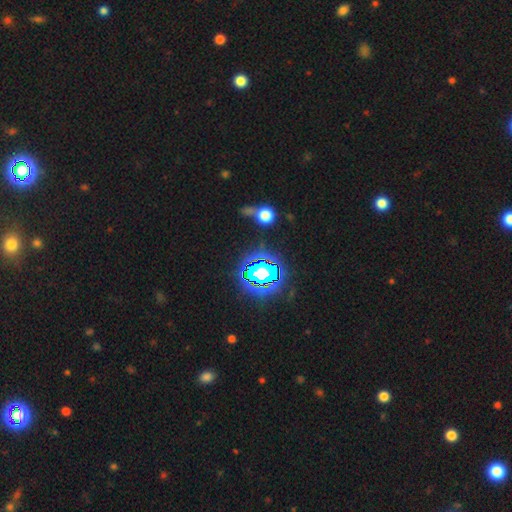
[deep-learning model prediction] The model was most divided on "smooth or featured": star or artifact: 82%, smooth: 12%, featured or disk: 7%.